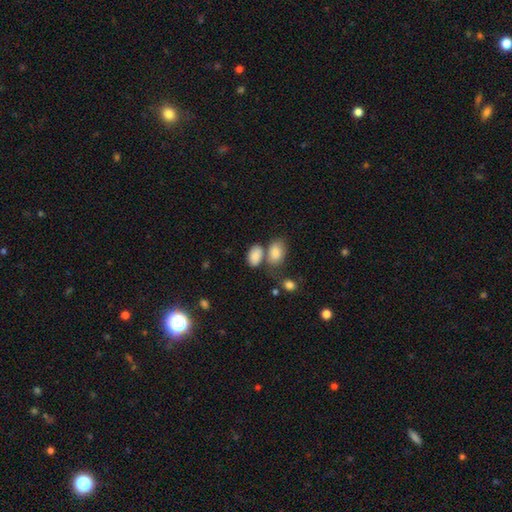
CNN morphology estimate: A smooth galaxy with no disk features (84%) that is in between round and cigar-shaped (89%). Merging: none (46%).